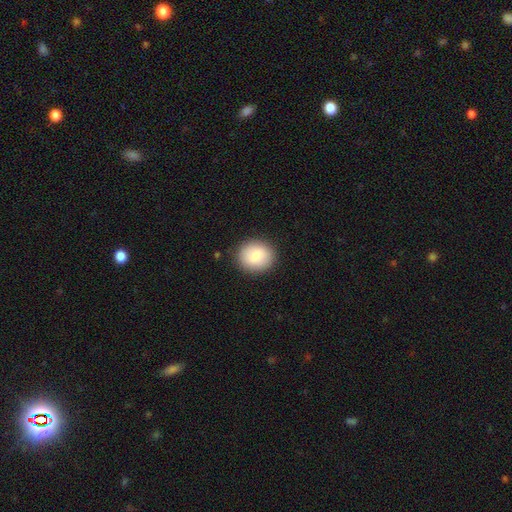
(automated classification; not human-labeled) This is clearly a smooth galaxy (82%). How rounded: likely round (75%). Merging: clearly none (89%).